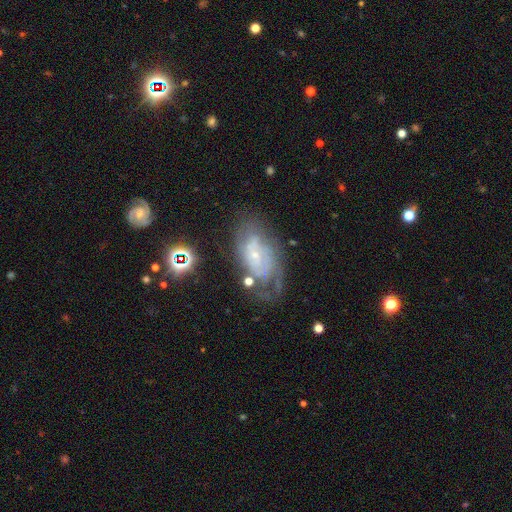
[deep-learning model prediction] Smooth or featured? featured or disk (72%)
Edge-on disk? no (94%)
Bar? no (68%)
Spiral arms? yes (79%)
Spiral winding? tight (53%)
Spiral arm count? can't tell (56%)
Bulge size? small (77%)
Merging? none (48%)